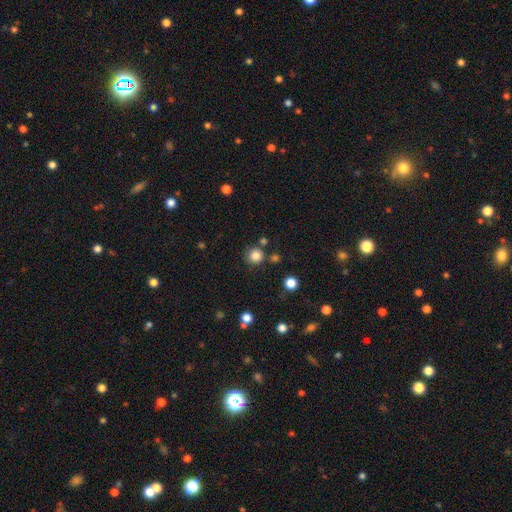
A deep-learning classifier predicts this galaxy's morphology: This is clearly a smooth galaxy (84%). How rounded: clearly round (94%). Merging: clearly none (81%).